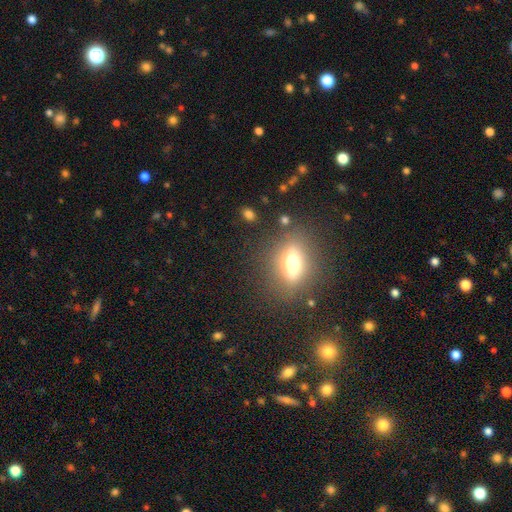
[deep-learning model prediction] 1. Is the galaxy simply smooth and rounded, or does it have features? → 51% smooth, 28% featured or disk, 21% star or artifact.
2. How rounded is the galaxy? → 65% in between, 18% cigar-shaped, 16% round.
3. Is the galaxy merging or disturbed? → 84% none, 9% minor disturbance, 4% major disturbance, 3% merger.